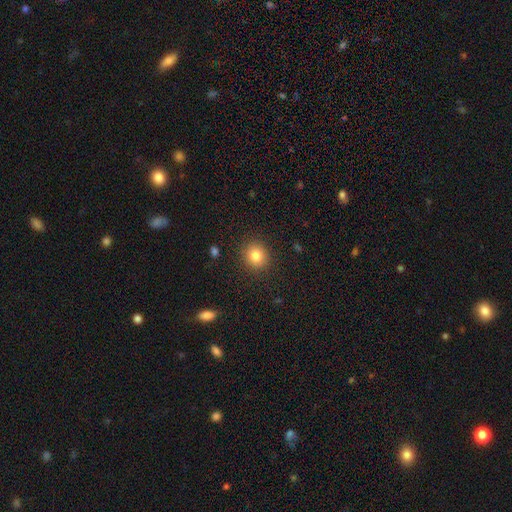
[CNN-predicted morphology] smooth_or_featured: smooth (p=0.82) [alt: star or artifact p=0.11]
how_rounded: round (p=0.84) [alt: in between p=0.15]
merging: none (p=0.90) [alt: minor disturbance p=0.07]